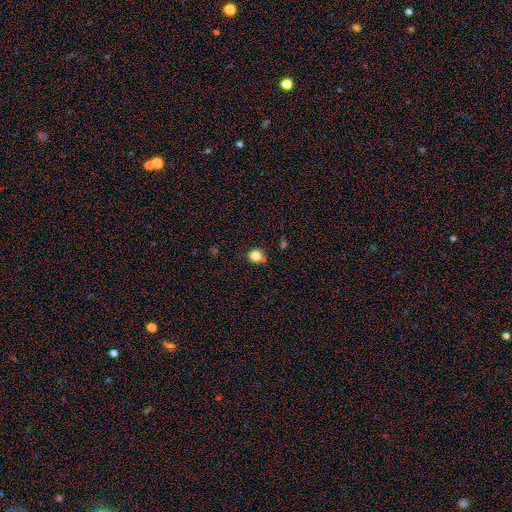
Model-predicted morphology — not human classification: This is clearly a smooth galaxy (82%). How rounded: clearly round (84%). Merging: likely none (74%).